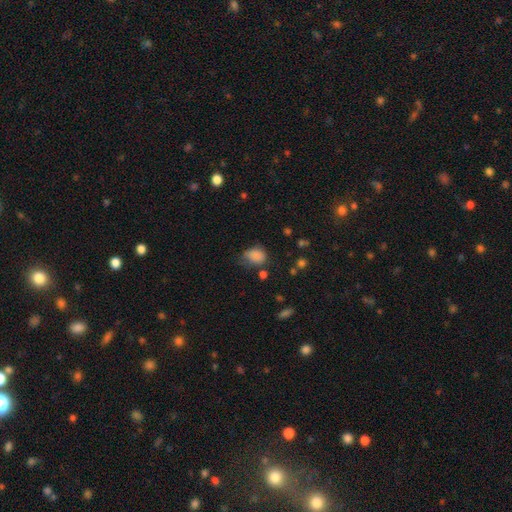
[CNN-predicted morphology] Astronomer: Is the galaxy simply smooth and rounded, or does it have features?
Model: smooth — 84%.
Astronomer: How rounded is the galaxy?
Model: in between — 62% (runner-up: round, 37%).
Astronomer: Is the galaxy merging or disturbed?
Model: none — 46% (runner-up: minor disturbance, 35%).